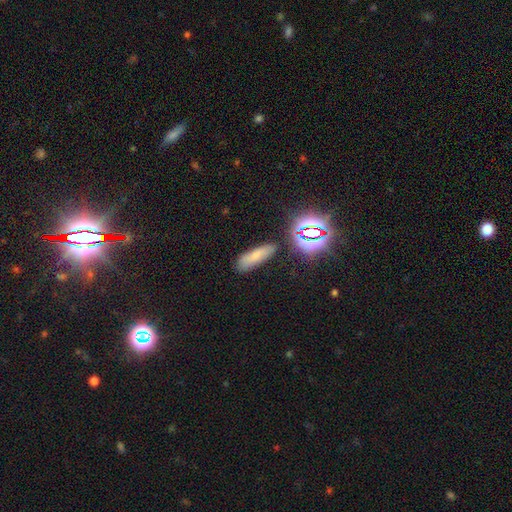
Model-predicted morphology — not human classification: smooth-or-featured: smooth: 65% | star or artifact: 21% | featured or disk: 15%
  how-rounded: cigar-shaped: 50% | in between: 44% | round: 6%
  merging: none: 80% | minor disturbance: 12% | merger: 4% | major disturbance: 4%